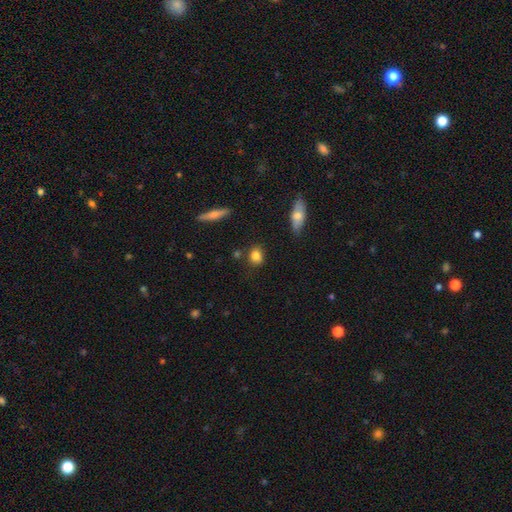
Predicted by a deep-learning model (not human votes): Morphology: type=smooth (81%); roundness=round (51%); merging=none (76%).